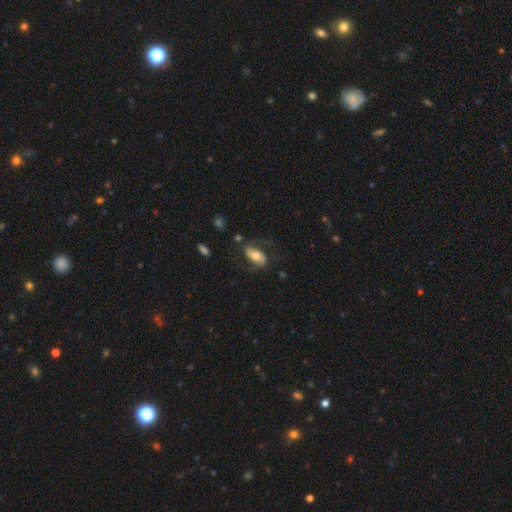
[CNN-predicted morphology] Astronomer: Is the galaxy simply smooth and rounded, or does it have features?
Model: featured or disk — 52% (runner-up: smooth, 41%).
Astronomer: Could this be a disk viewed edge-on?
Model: no — 90%.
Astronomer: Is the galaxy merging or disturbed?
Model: none — 63%.